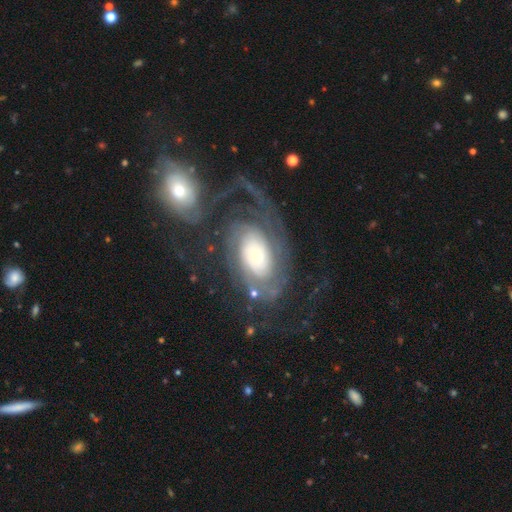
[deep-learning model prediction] Smooth or featured? featured or disk (84%)
Edge-on disk? no (96%)
Bar? no (75%)
Spiral arms? yes (95%)
Spiral winding? tight (62%)
Spiral arm count? 2 (39%)
Bulge size? small (52%)
Merging? none (51%)